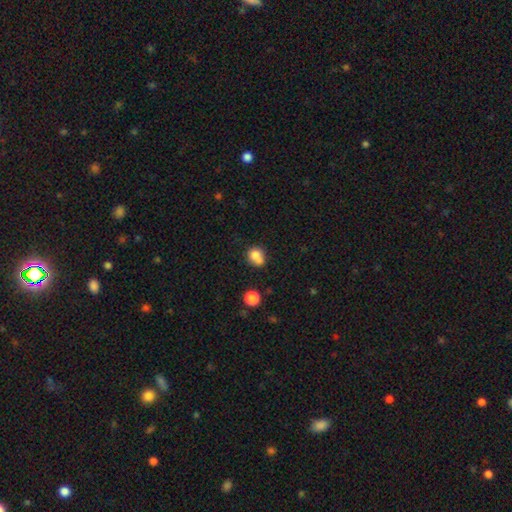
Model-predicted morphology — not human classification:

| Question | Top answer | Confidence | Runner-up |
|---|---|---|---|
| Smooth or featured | smooth | 78% | star or artifact (11%) |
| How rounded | round | 73% | in between (26%) |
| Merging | none | 46% | merger (28%) |